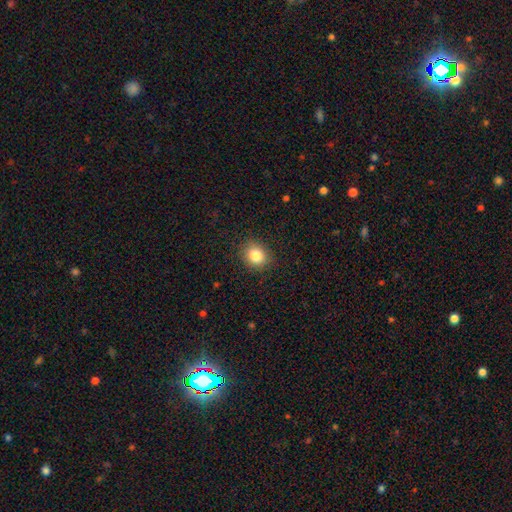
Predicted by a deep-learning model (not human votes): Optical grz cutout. It shows a smooth galaxy with no disk features (84%) that is round (65%). Merging: none (88%).